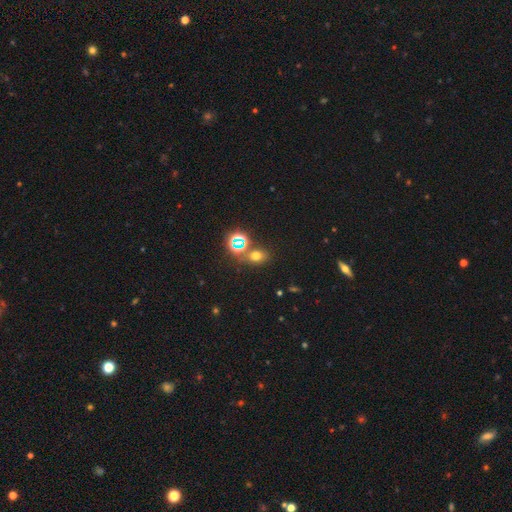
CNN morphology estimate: The model was most divided on "how rounded": in between: 50%, round: 48%, cigar-shaped: 2%. More confident: merging — none (71%); smooth or featured — smooth (58%).